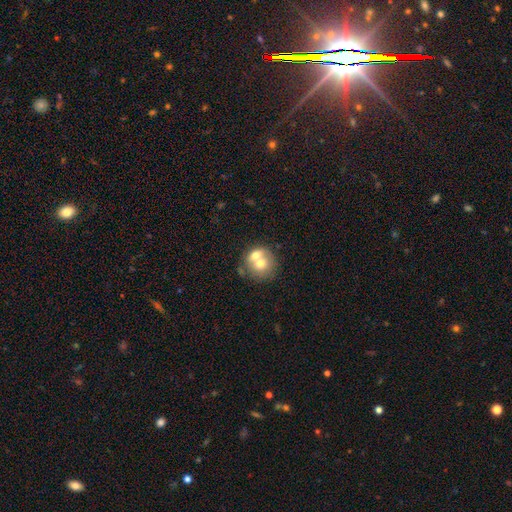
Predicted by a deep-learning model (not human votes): Q: Smooth or featured?
A: smooth (62%); runner-up: featured or disk (29%)
Q: How rounded?
A: round (82%); runner-up: in between (17%)
Q: Merging?
A: merger (58%); runner-up: none (32%)